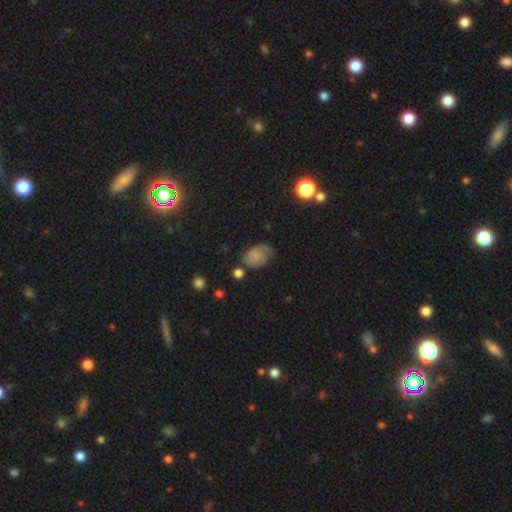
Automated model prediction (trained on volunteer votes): Morphology: type=smooth (65%); roundness=in between (74%); merging=none (47%).